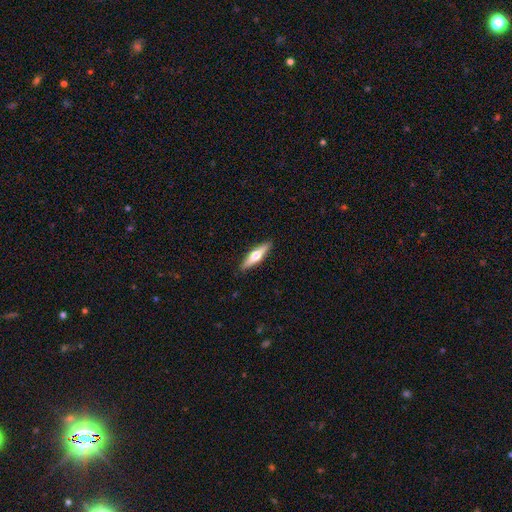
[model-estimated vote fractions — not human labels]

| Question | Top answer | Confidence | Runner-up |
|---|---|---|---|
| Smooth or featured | featured or disk | 56% | smooth (39%) |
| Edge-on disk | yes | 95% | no (5%) |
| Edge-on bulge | rounded | 94% | boxy (3%) |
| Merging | none | 91% | minor disturbance (7%) |